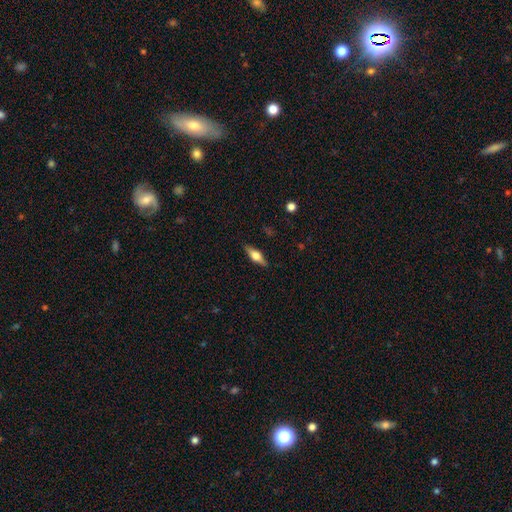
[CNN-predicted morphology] The model was most divided on "smooth or featured": featured or disk: 48%, smooth: 45%, star or artifact: 7%. More confident: merging — none (87%).